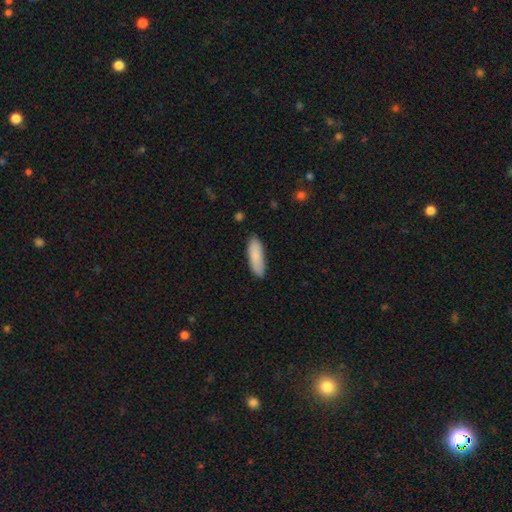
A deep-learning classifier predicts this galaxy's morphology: A smooth galaxy with no disk features (87%) that is in between round and cigar-shaped (53%). Merging: none (84%).